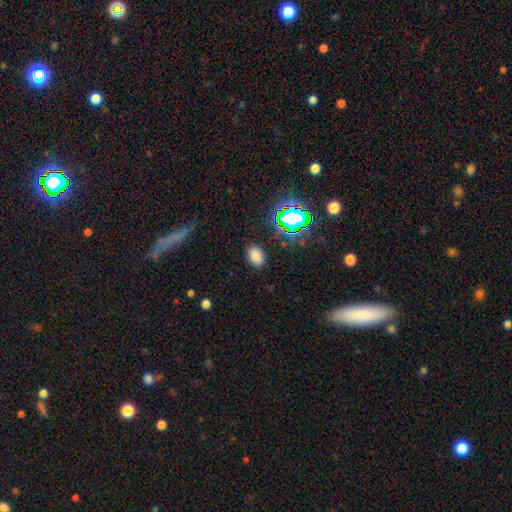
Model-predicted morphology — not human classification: A smooth galaxy with no disk features (74%) that is in between round and cigar-shaped (82%). Merging: none (86%).